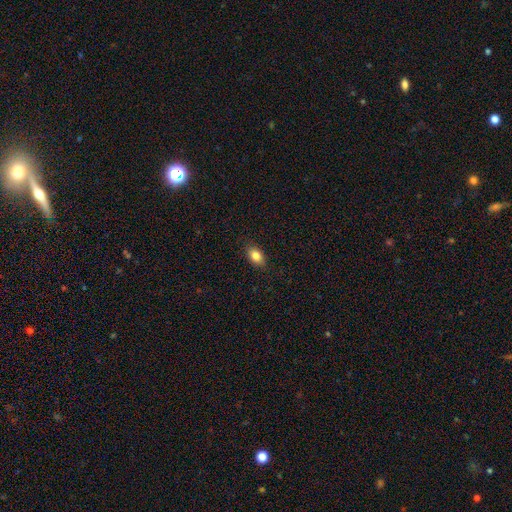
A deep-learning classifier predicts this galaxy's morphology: Smooth or featured? Predicted: smooth (p=0.83). How rounded? Predicted: in between (p=0.87). Merging? Predicted: none (p=0.88).